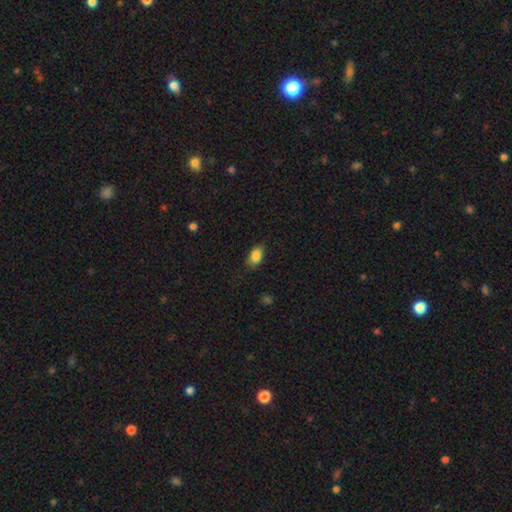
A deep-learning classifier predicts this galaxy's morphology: smooth_or_featured: smooth (p=0.87) [alt: star or artifact p=0.08]
how_rounded: in between (p=0.87) [alt: round p=0.11]
merging: none (p=0.76) [alt: minor disturbance p=0.19]